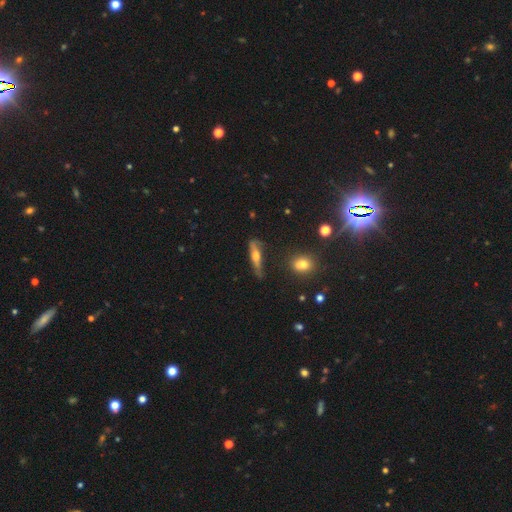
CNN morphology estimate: type=featured or disk (52%); edge-on=yes (85%); merging=none (62%).